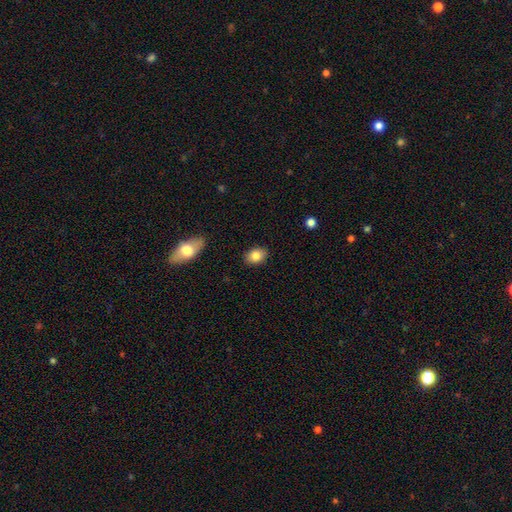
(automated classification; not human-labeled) Smooth or featured?
  - smooth: 83% *
  - featured or disk: 8%
  - star or artifact: 8%
How rounded?
  - in between: 70% *
  - round: 29%
  - cigar-shaped: 1%
Merging?
  - none: 88% *
  - minor disturbance: 9%
  - major disturbance: 2%
  - merger: 1%